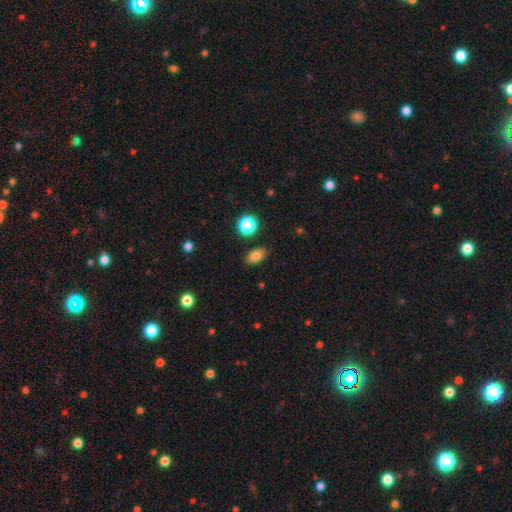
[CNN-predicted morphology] A smooth galaxy with no disk features (81%) that is in between round and cigar-shaped (85%). Merging: none (86%).